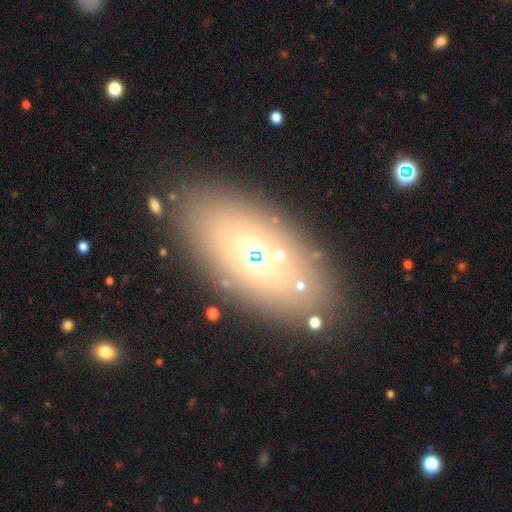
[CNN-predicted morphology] This appears to be a smooth galaxy with no disk features (52%) that is in between round and cigar-shaped (85%). Merging: none (81%).